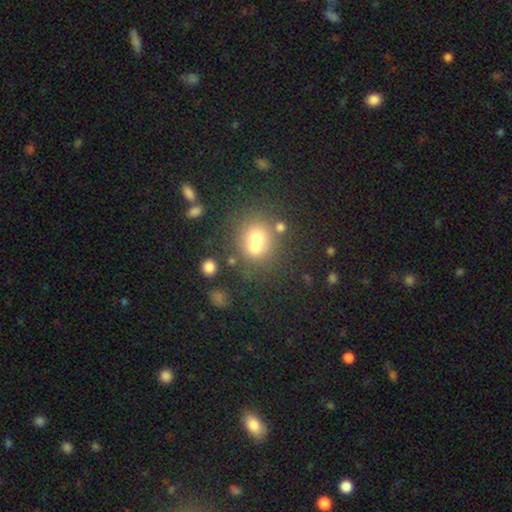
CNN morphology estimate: smooth-or-featured: smooth: 58% | star or artifact: 30% | featured or disk: 12%
  how-rounded: round: 66% | in between: 33% | cigar-shaped: 2%
  merging: none: 67% | merger: 18% | minor disturbance: 10% | major disturbance: 5%